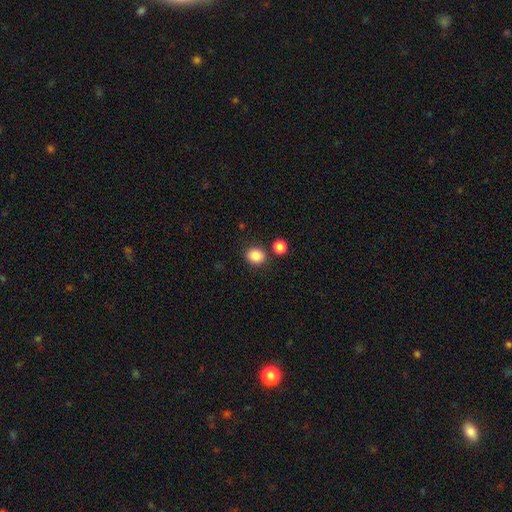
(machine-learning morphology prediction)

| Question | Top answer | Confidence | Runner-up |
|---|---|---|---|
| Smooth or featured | smooth | 86% | star or artifact (10%) |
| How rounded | round | 71% | in between (28%) |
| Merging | none | 82% | minor disturbance (8%) |